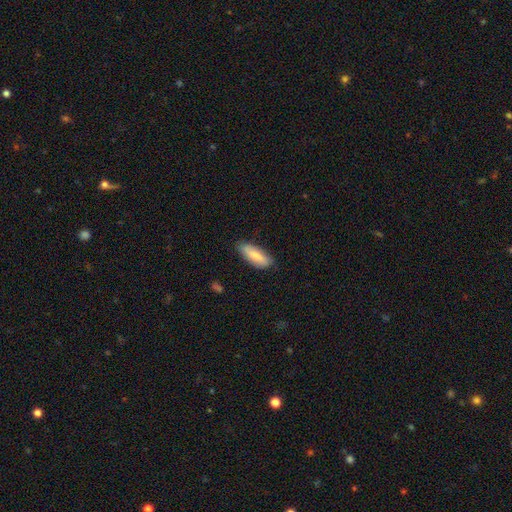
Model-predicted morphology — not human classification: smooth-or-featured: smooth: 79% | featured or disk: 16% | star or artifact: 6%
  how-rounded: in between: 64% | cigar-shaped: 34% | round: 2%
  merging: none: 81% | minor disturbance: 15% | major disturbance: 3% | merger: 1%